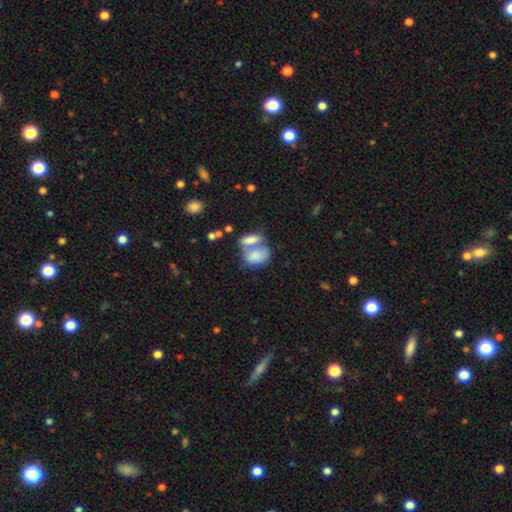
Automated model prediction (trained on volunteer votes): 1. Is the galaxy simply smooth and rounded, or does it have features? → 76% smooth, 16% featured or disk, 8% star or artifact.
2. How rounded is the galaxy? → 85% in between, 12% round, 3% cigar-shaped.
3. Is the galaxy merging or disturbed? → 65% merger, 21% none, 9% minor disturbance, 6% major disturbance.